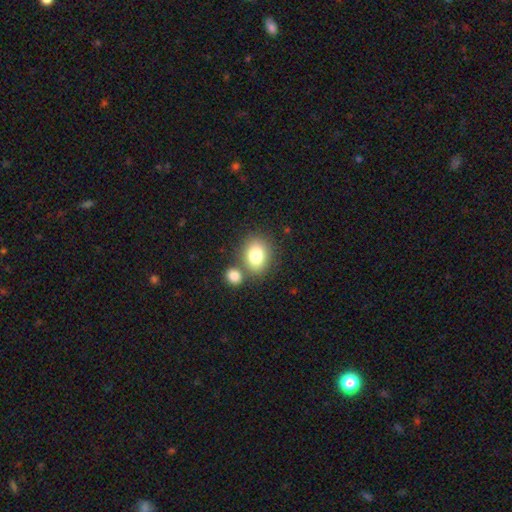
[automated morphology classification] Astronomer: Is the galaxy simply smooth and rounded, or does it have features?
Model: smooth — 82%.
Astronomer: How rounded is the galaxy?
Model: in between — 58% (runner-up: round, 41%).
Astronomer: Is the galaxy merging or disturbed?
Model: none — 61%.